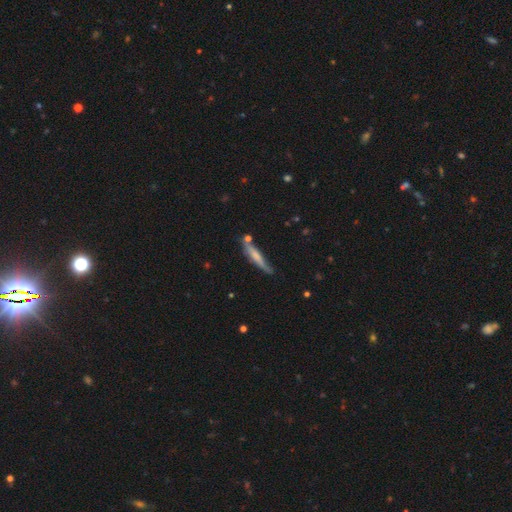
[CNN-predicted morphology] This is possibly a smooth galaxy (57%). How rounded: clearly cigar-shaped (91%). Merging: likely none (63%).